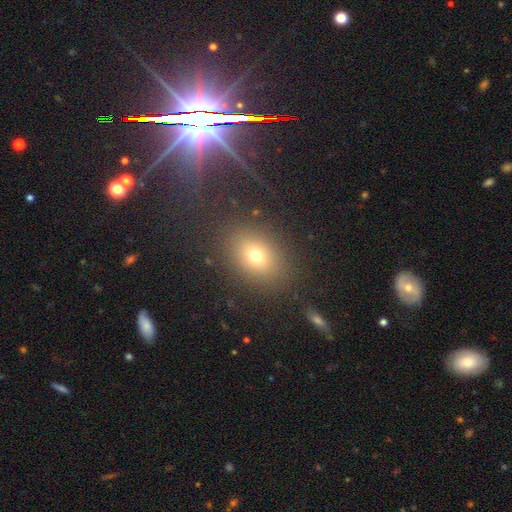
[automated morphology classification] smooth-or-featured: smooth: 66% | star or artifact: 21% | featured or disk: 13%
  how-rounded: in between: 61% | round: 37% | cigar-shaped: 2%
  merging: none: 85% | minor disturbance: 9% | major disturbance: 4% | merger: 2%